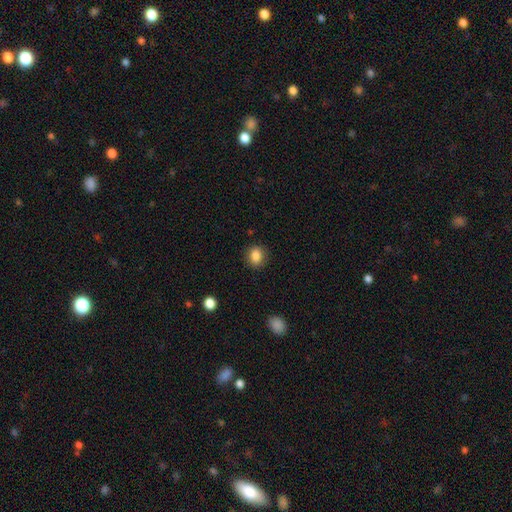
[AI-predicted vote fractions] smooth-or-featured: smooth: 86% | star or artifact: 9% | featured or disk: 5%
  how-rounded: round: 57% | in between: 42% | cigar-shaped: 1%
  merging: none: 87% | minor disturbance: 9% | major disturbance: 3% | merger: 1%